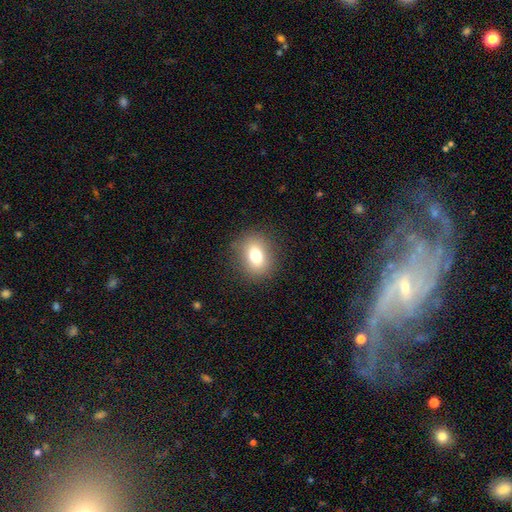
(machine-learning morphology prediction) Smooth or featured? Predicted: smooth (p=0.75). How rounded? Predicted: round (p=0.52). Merging? Predicted: none (p=0.86).